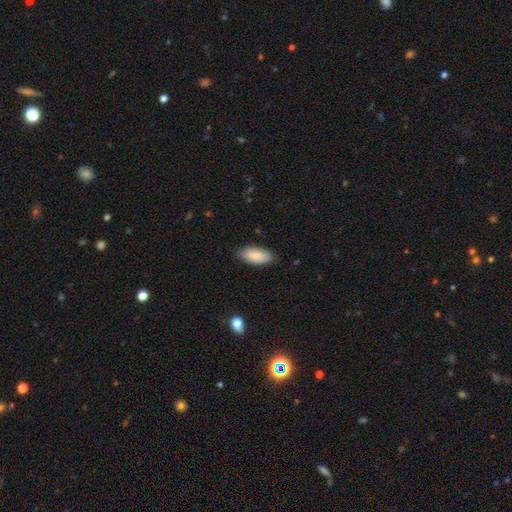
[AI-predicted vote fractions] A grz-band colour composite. It shows a smooth galaxy with no disk features (86%) that is in between round and cigar-shaped (90%). Merging: none (84%).